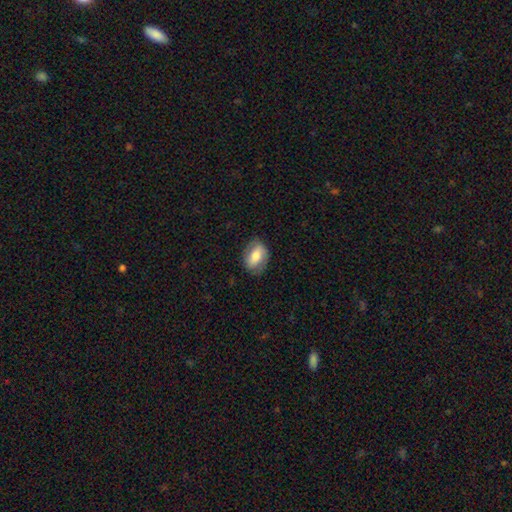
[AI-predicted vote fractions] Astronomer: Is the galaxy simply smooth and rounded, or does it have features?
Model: smooth — 66%.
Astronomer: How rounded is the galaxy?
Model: in between — 82%.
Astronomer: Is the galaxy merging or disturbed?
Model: none — 76%.